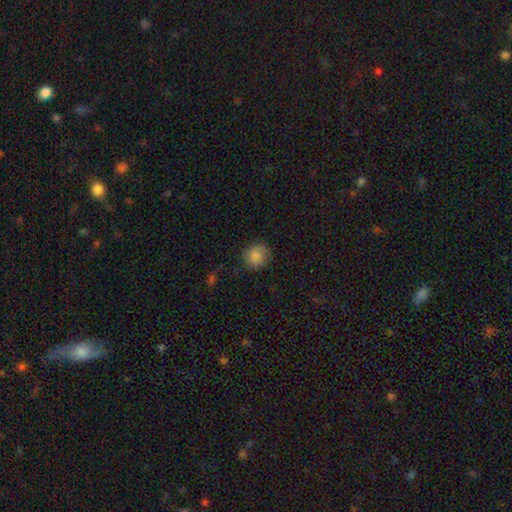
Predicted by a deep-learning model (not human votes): Overall: smooth (86%). How rounded: round (88%). Merging: none (82%).